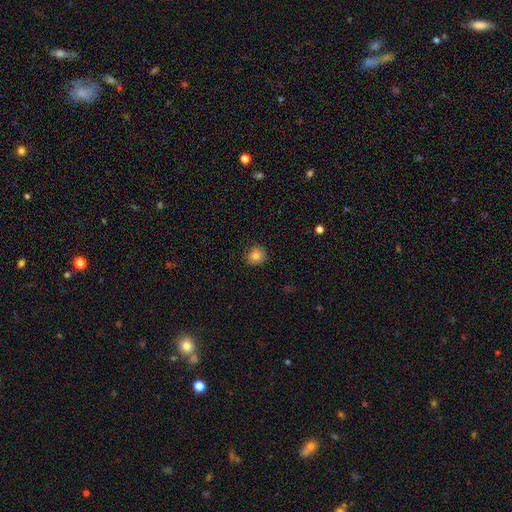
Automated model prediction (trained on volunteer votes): Q: Smooth or featured?
A: smooth (83%); runner-up: star or artifact (11%)
Q: How rounded?
A: round (89%); runner-up: in between (10%)
Q: Merging?
A: none (88%); runner-up: minor disturbance (9%)